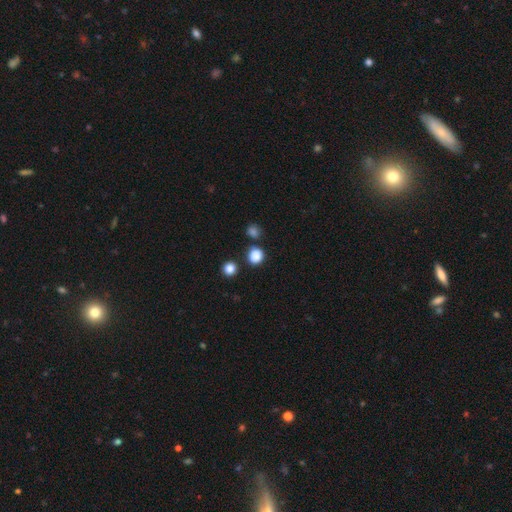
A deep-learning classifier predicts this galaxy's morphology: Overall: smooth (84%). How rounded: round (85%). Merging: none (78%).